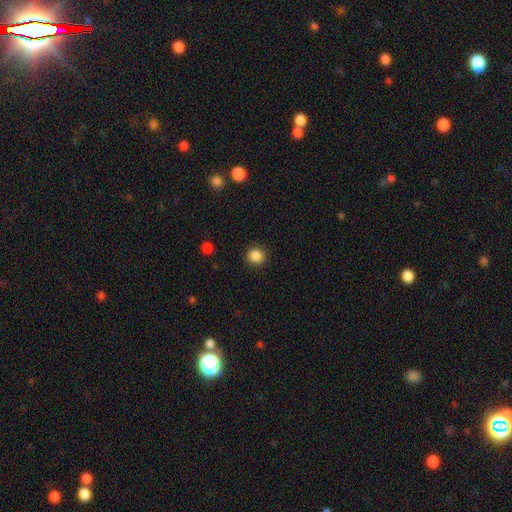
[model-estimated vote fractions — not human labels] Smooth or featured? smooth (87%)
How rounded? round (88%)
Merging? none (90%)